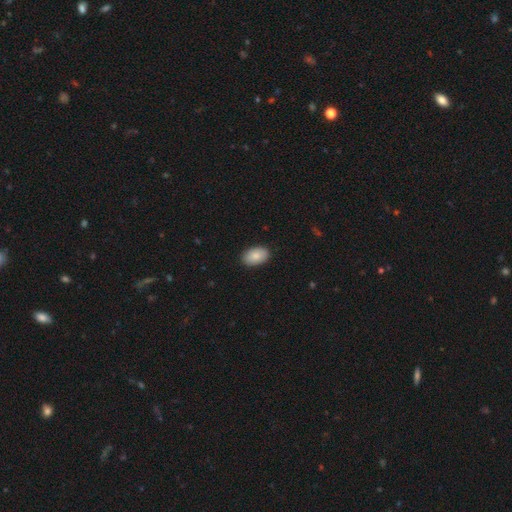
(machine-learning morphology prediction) Smooth or featured: smooth — 87% (featured or disk — 7%)
How rounded: in between — 92% (round — 7%)
Merging: none — 89% (minor disturbance — 9%)